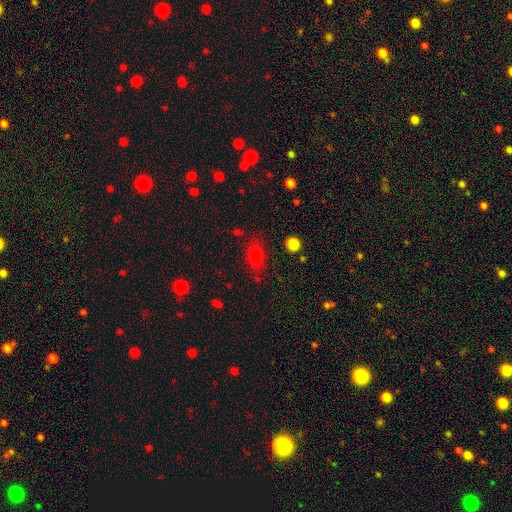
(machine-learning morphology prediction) The model was most divided on "how rounded": in between: 74%, round: 19%, cigar-shaped: 7%. More confident: smooth or featured — smooth (77%); merging — none (73%).